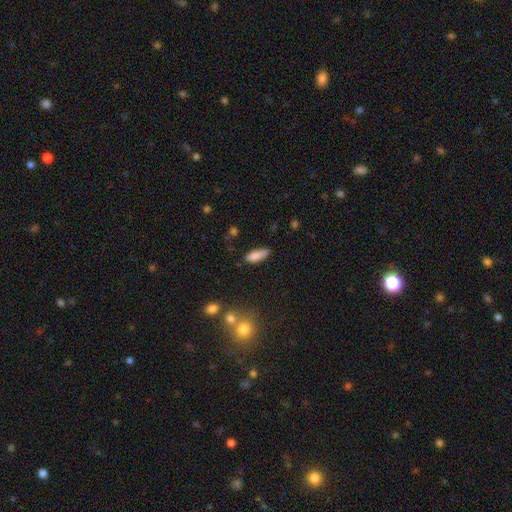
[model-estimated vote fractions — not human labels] This appears to be a smooth galaxy with no disk features (84%) that is in between round and cigar-shaped (69%). Merging: none (66%).